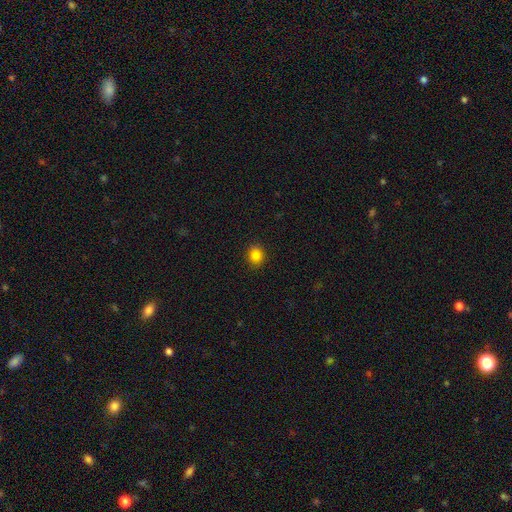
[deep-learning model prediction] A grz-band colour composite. It shows a smooth galaxy with no disk features (83%) that is round (70%). Merging: none (89%).